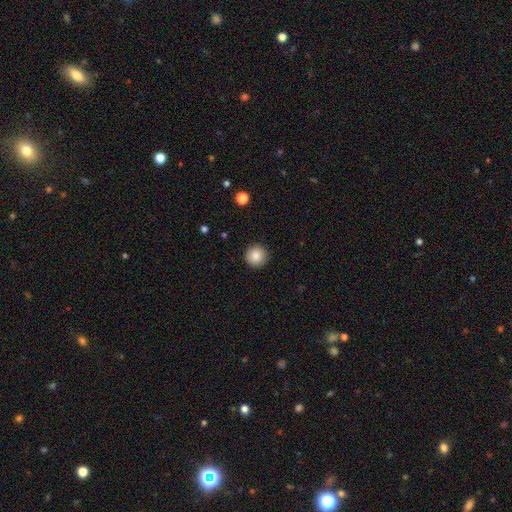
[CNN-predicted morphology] Overall: smooth (87%). How rounded: round (95%). Merging: none (91%).